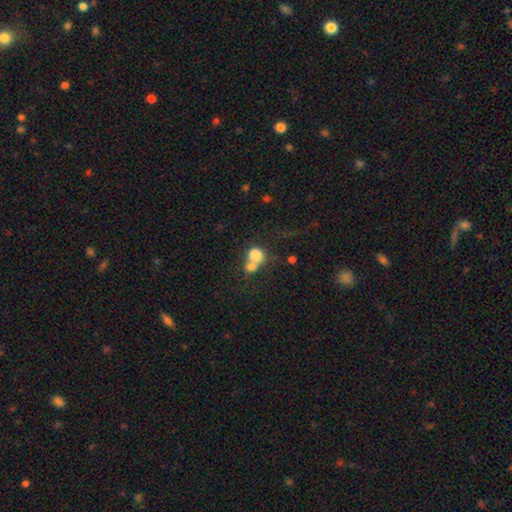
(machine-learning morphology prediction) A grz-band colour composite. It shows a smooth galaxy with no disk features (78%) that is round (70%). Merging: merger (60%).